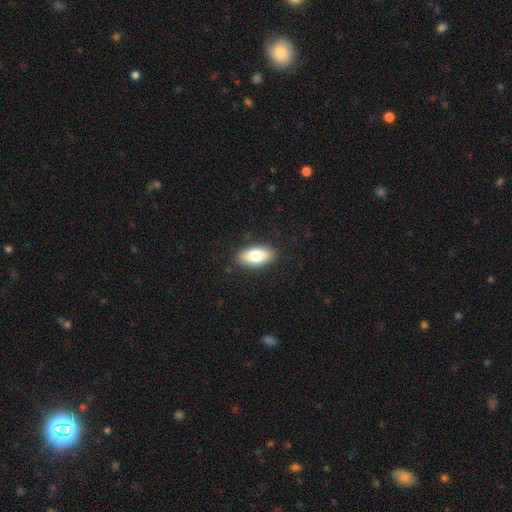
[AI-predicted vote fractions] smooth 78%, featured or disk 15%, star or artifact 7%. Down the decision tree: how rounded — in between (89%); merging — none (88%).